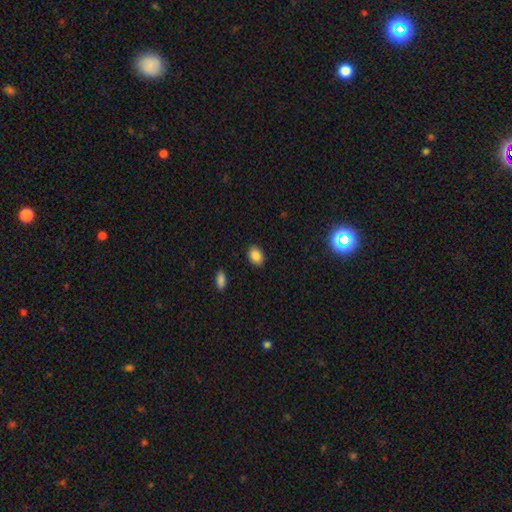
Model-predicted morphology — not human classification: Smooth or featured? Predicted: smooth (p=0.86). How rounded? Predicted: in between (p=0.80). Merging? Predicted: none (p=0.88).